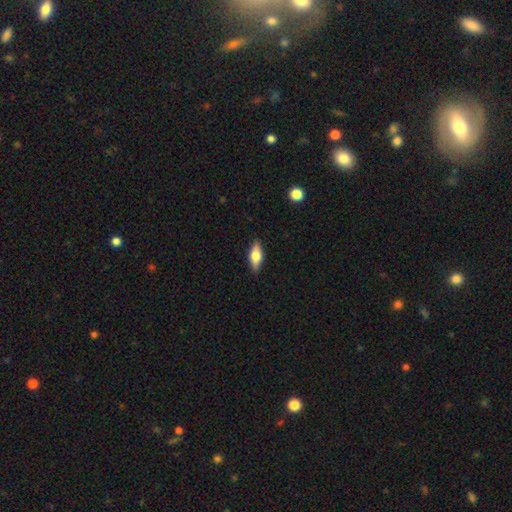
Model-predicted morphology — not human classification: The model was most divided on "smooth or featured": smooth: 56%, featured or disk: 37%, star or artifact: 7%. More confident: merging — none (88%); how rounded — in between (69%).